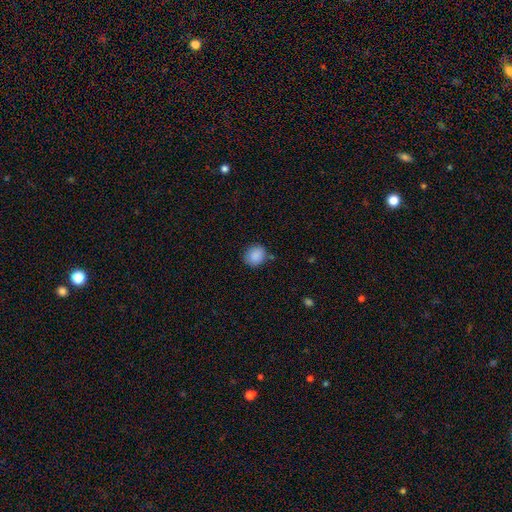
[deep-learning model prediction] Q: Smooth or featured?
A: smooth (88%); runner-up: star or artifact (8%)
Q: How rounded?
A: round (71%); runner-up: in between (28%)
Q: Merging?
A: none (78%); runner-up: minor disturbance (15%)